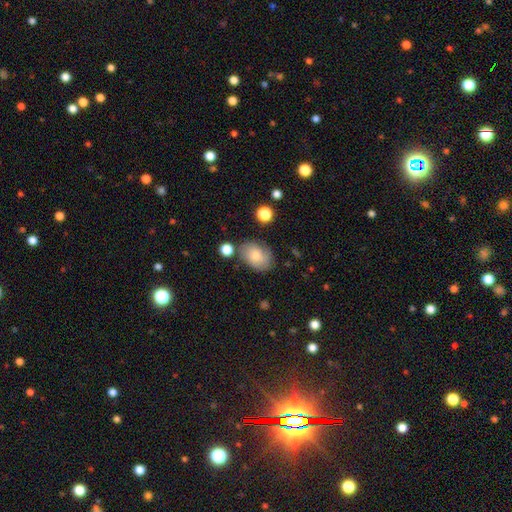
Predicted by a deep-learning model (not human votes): Smooth or featured? smooth (74%)
How rounded? in between (75%)
Merging? none (68%)